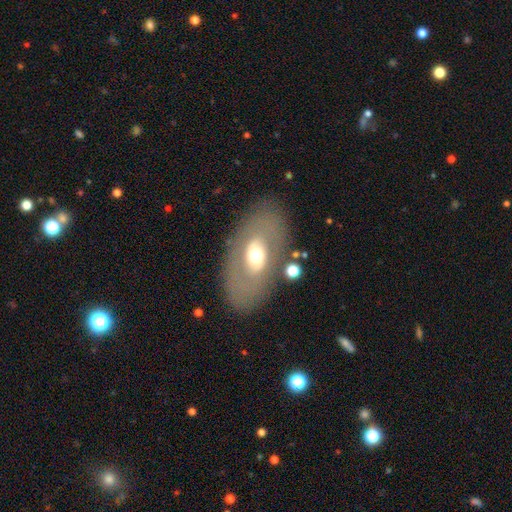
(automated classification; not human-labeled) A featured or disk galaxy (52%). Merging: none (80%).